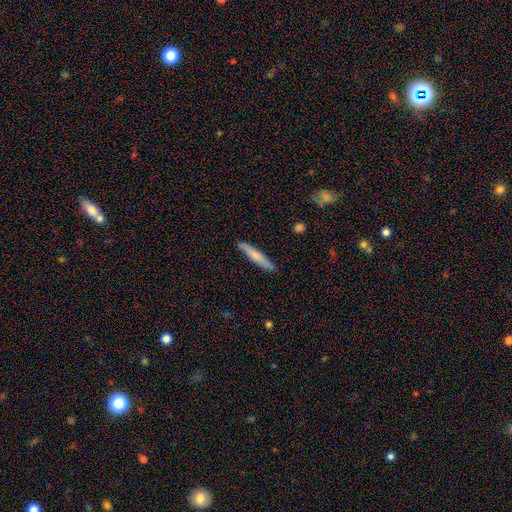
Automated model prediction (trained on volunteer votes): Smooth or featured? smooth (68%)
How rounded? cigar-shaped (94%)
Merging? none (88%)